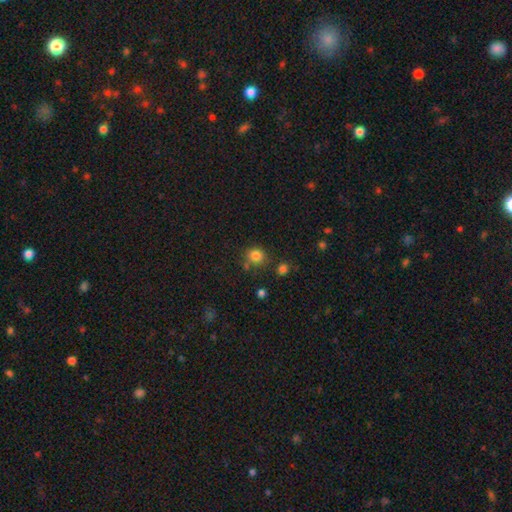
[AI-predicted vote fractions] smooth 82%, star or artifact 12%, featured or disk 5%. Down the decision tree: how rounded — round (86%); merging — none (77%).